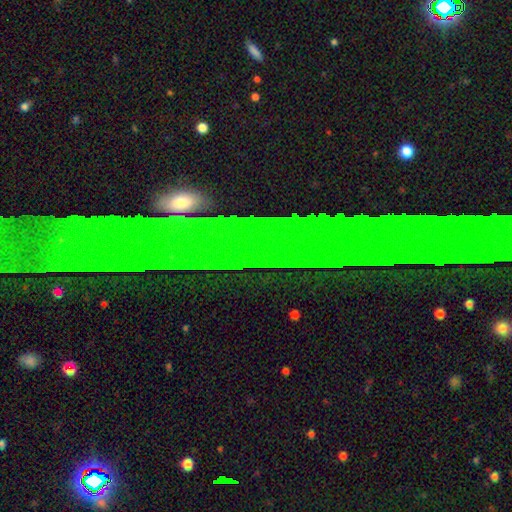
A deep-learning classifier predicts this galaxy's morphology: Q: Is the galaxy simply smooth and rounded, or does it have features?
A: star or artifact — 63%.